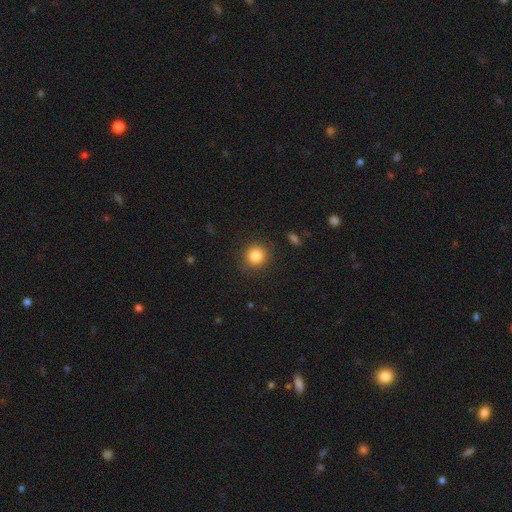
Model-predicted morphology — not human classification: The model was most divided on "smooth or featured": smooth: 85%, star or artifact: 10%, featured or disk: 5%. More confident: how rounded — round (92%); merging — none (89%).